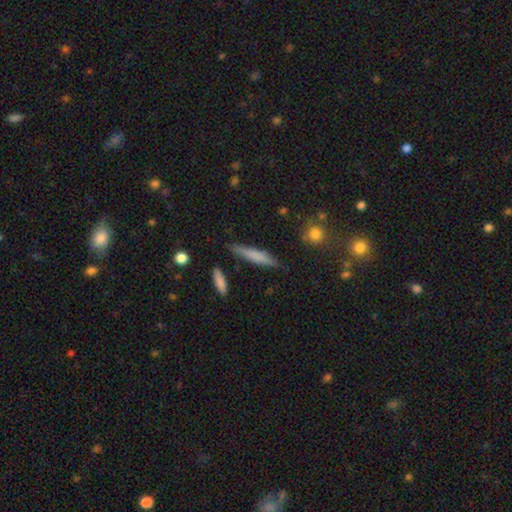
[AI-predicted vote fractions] Smooth or featured? smooth (66%)
How rounded? cigar-shaped (89%)
Merging? none (81%)